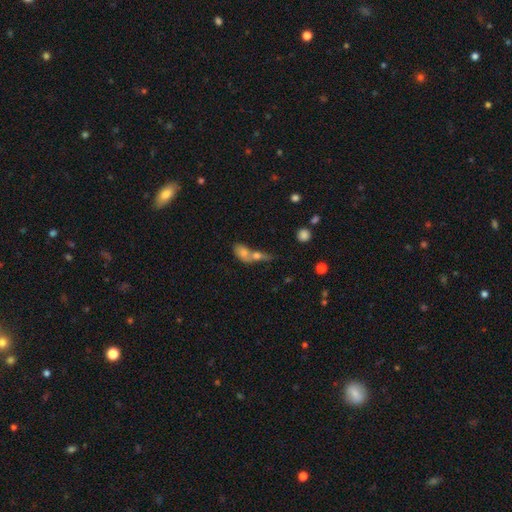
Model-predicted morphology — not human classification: Overall: smooth (58%; featured or disk 26%). How rounded: in between (61%; round 26%). Merging: merger (63%; none 24%).